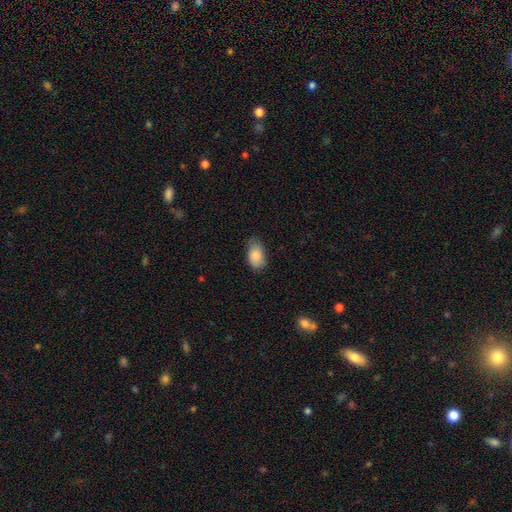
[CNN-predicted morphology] A smooth galaxy with no disk features (85%) that is in between round and cigar-shaped (92%). Merging: none (67%).